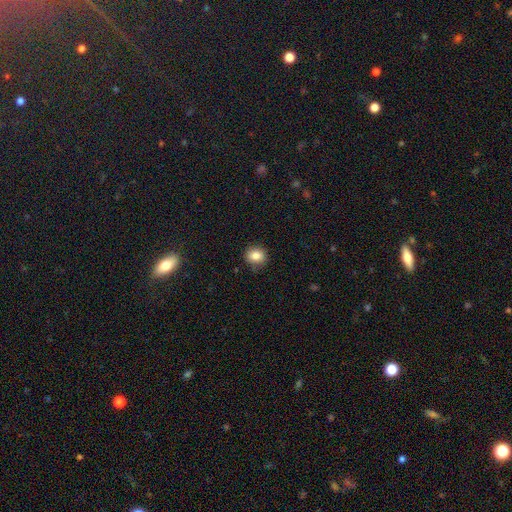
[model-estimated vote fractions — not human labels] This appears to be a smooth galaxy with no disk features (84%) that is round (73%). Merging: none (83%).